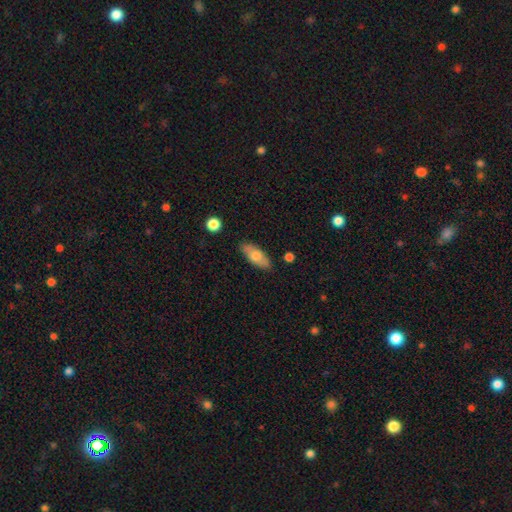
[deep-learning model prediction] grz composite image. It shows a smooth galaxy with no disk features (68%) that is in between round and cigar-shaped (81%). Merging: none (84%).